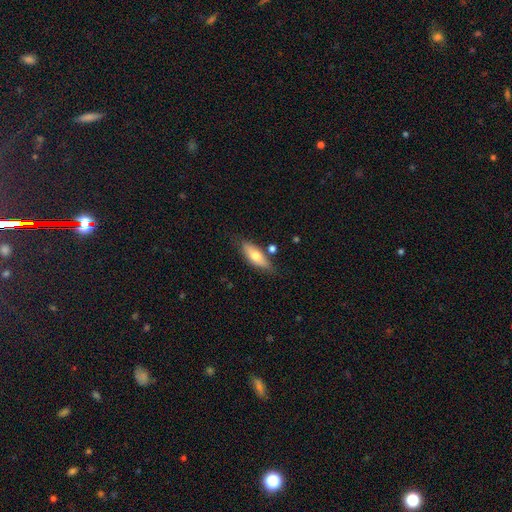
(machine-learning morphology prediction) A smooth galaxy with no disk features (64%) that is in between round and cigar-shaped (65%).

Vote fractions:
- Smooth or featured? smooth: 64% / featured or disk: 30% / star or artifact: 6%
- How rounded? in between: 65% / cigar-shaped: 32% / round: 3%
- Merging? none: 75% / minor disturbance: 15% / merger: 7% / major disturbance: 3%